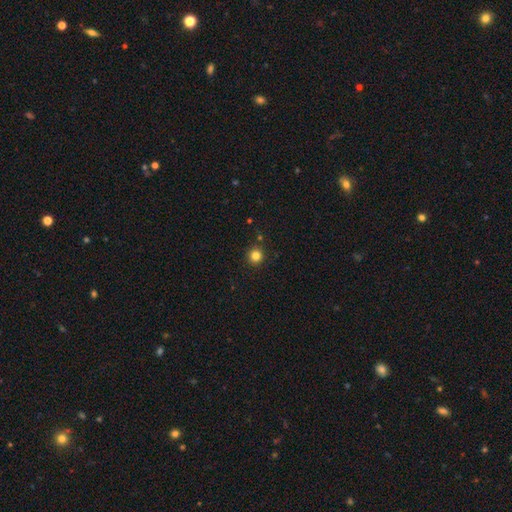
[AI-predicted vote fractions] smooth_or_featured: smooth (p=0.83) [alt: star or artifact p=0.13]
how_rounded: round (p=0.93) [alt: in between p=0.06]
merging: none (p=0.90) [alt: minor disturbance p=0.06]